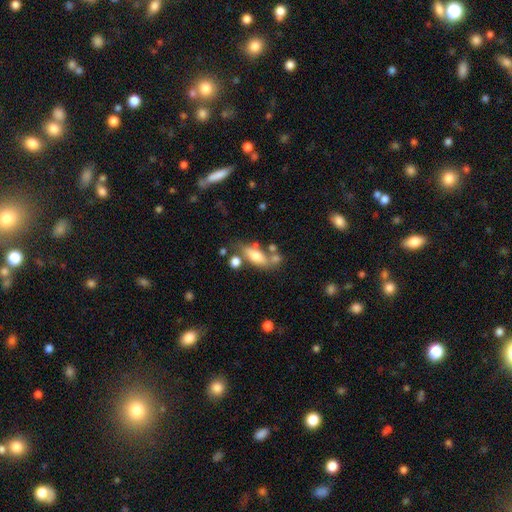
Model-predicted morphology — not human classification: This is likely a smooth galaxy (65%). How rounded: likely in between (71%). Merging: possibly none (51%).